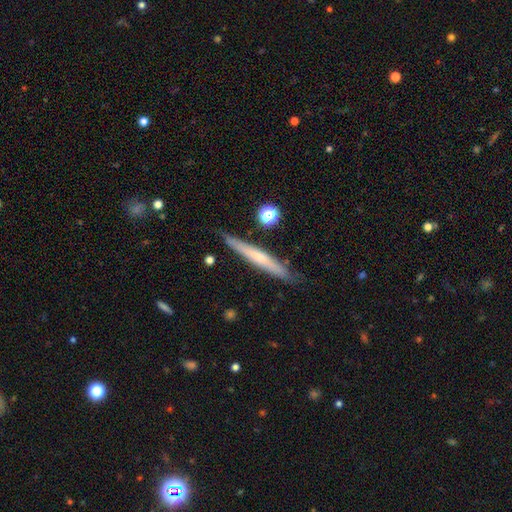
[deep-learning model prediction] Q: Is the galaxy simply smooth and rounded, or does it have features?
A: featured or disk — 53%.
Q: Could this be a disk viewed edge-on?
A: yes — 95%.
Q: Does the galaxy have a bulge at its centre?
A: rounded — 48%.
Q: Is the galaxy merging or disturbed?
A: none — 86%.